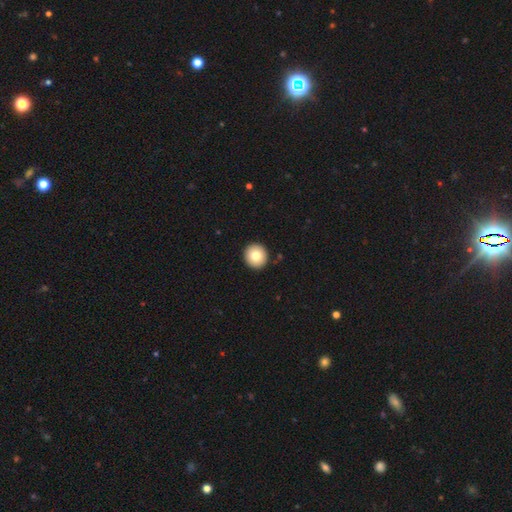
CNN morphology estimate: Smooth or featured? smooth (79%)
How rounded? round (93%)
Merging? none (93%)